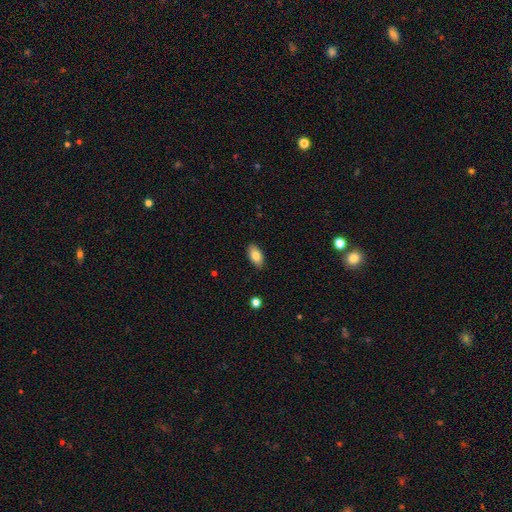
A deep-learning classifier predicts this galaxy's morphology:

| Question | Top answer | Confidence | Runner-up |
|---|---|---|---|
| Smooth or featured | smooth | 80% | featured or disk (12%) |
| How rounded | in between | 92% | cigar-shaped (4%) |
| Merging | none | 88% | minor disturbance (9%) |